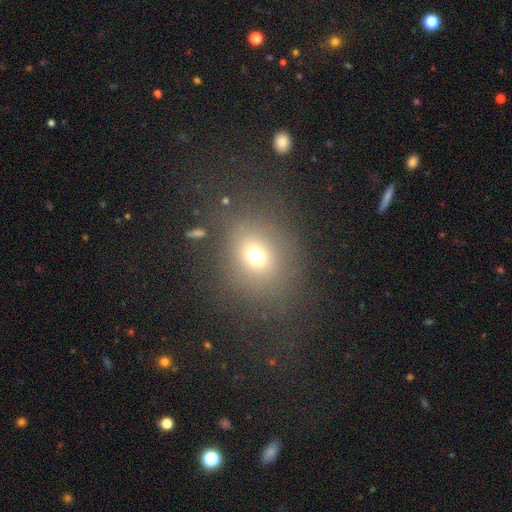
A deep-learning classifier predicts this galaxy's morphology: This is likely a smooth galaxy (69%). How rounded: likely round (66%). Merging: likely none (76%).